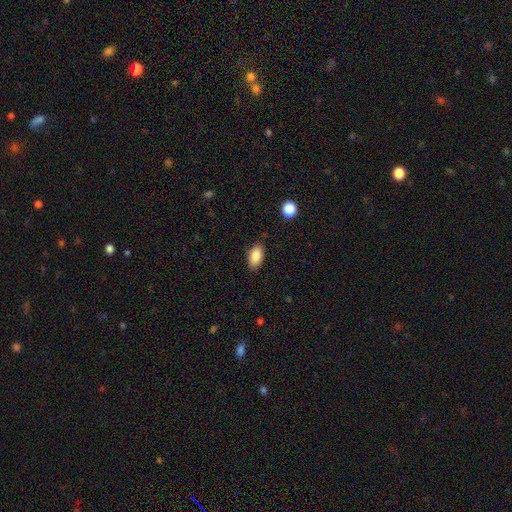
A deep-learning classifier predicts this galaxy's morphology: Smooth or featured? smooth (87%)
How rounded? in between (92%)
Merging? none (84%)